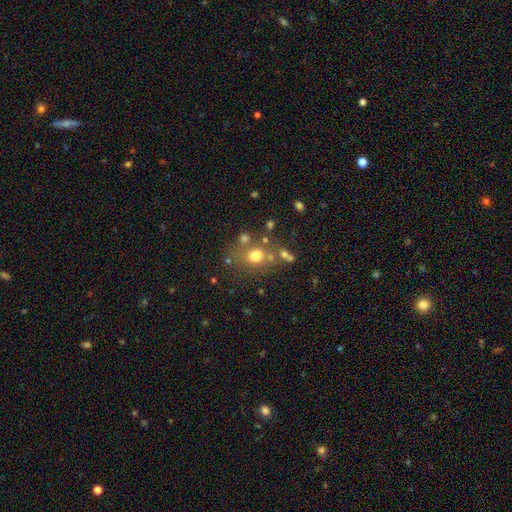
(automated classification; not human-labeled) smooth_or_featured: smooth (p=0.68) [alt: star or artifact p=0.18]
how_rounded: round (p=0.65) [alt: in between p=0.33]
merging: none (p=0.63) [alt: merger p=0.16]